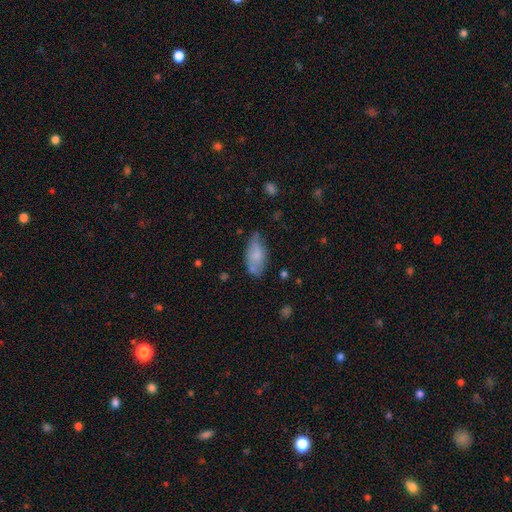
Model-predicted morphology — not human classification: type=smooth (69%); roundness=in between (88%); merging=none (51%).